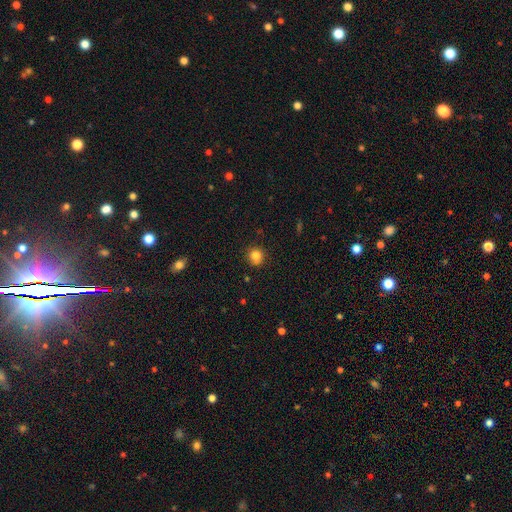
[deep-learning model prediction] Smooth or featured: smooth — 83% (star or artifact — 11%)
How rounded: round — 89% (in between — 10%)
Merging: none — 87% (minor disturbance — 10%)